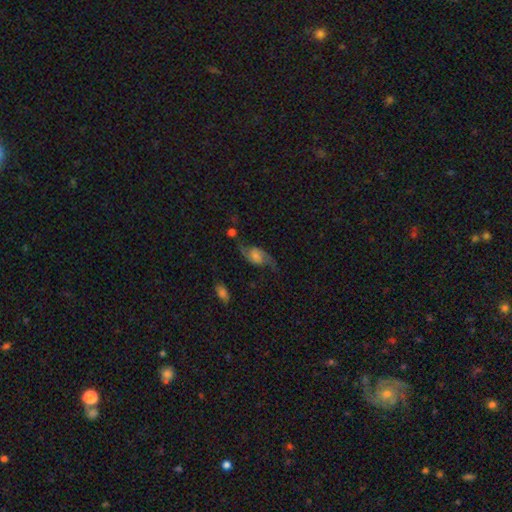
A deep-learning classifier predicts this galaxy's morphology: smooth-or-featured: featured or disk: 79% | smooth: 13% | star or artifact: 8%
  disk-edge-on: no: 96% | yes: 4%
    bar: no: 47% | weak: 42% | strong: 11%
    has-spiral-arms: yes: 96% | no: 4%
      spiral-winding: loose: 56% | medium: 35% | tight: 9%
      spiral-arm-count: 2: 93% | can't tell: 3% | 1: 2% | 3: 1% | 4: 1% | more than 4: 1%
    bulge-size: small: 31% | none: 27% | moderate: 26% | large: 12% | dominant: 3%
  merging: none: 68% | minor disturbance: 17% | major disturbance: 11% | merger: 3%